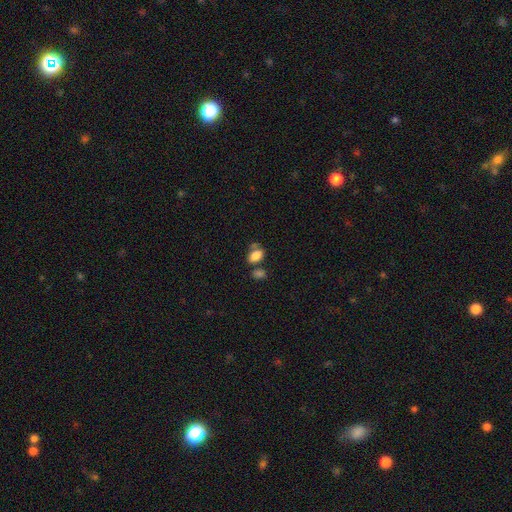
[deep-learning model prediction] Smooth or featured: smooth — 83% (star or artifact — 9%)
How rounded: in between — 88% (round — 10%)
Merging: none — 55% (merger — 23%)